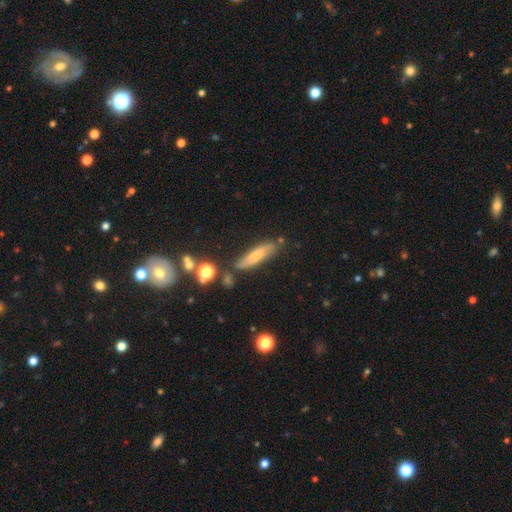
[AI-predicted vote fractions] A smooth galaxy with no disk features (64%) that is cigar-shaped (78%). Merging: none (74%).